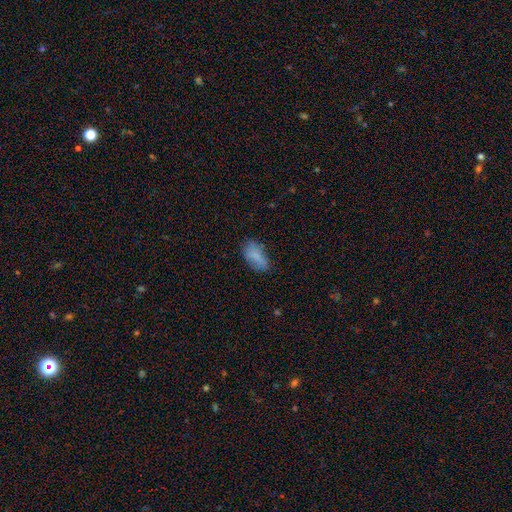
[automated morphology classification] smooth 81%, featured or disk 11%, star or artifact 8%. Down the decision tree: how rounded — in between (91%); merging — none (64%).